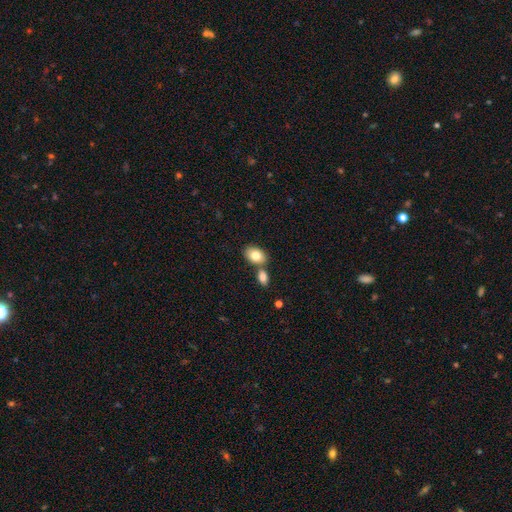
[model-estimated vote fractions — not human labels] Smooth or featured? Predicted: smooth (p=0.81). How rounded? Predicted: in between (p=0.86). Merging? Predicted: none (p=0.55).